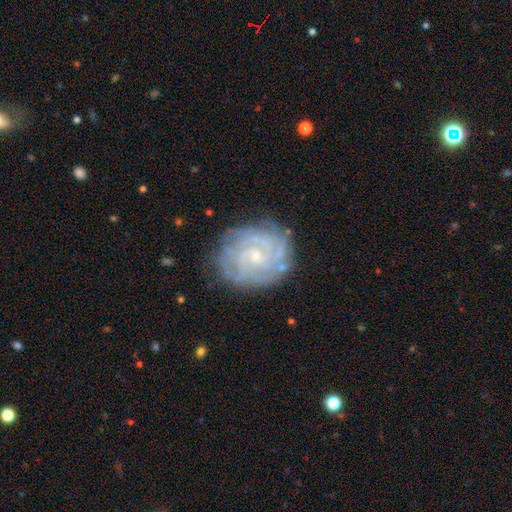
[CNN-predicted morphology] A featured or disk galaxy (83%) with no bar (69%), tight (78%) spiral arms (95%) and a small central bulge (73%).

Vote fractions:
- Smooth or featured? featured or disk: 83% / smooth: 10% / star or artifact: 7%
- Edge-on disk? no: 98% / yes: 2%
- Bar? no: 69% / weak: 26% / strong: 5%
- Spiral arms? yes: 95% / no: 5%
- Spiral winding? tight: 78% / medium: 19% / loose: 4%
- Spiral arm count? can't tell: 33% / 4: 19% / 3: 18% / 2: 16% / more than 4: 8% / 1: 6%
- Bulge size? small: 73% / moderate: 22% / none: 3% / large: 1% / dominant: 1%
- Merging? none: 79% / minor disturbance: 15% / major disturbance: 5% / merger: 2%